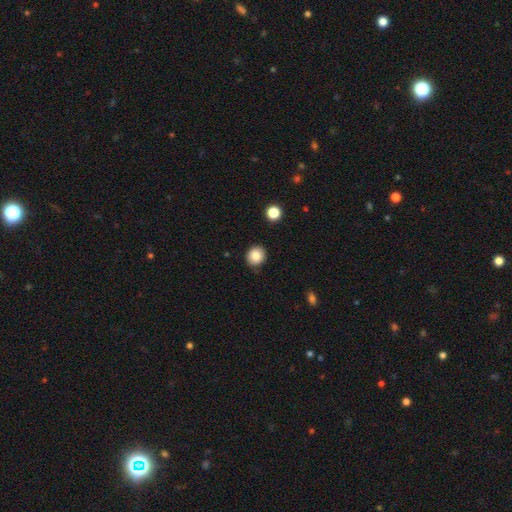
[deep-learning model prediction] Q: Smooth or featured?
A: smooth (86%); runner-up: star or artifact (9%)
Q: How rounded?
A: round (82%); runner-up: in between (17%)
Q: Merging?
A: none (87%); runner-up: minor disturbance (9%)